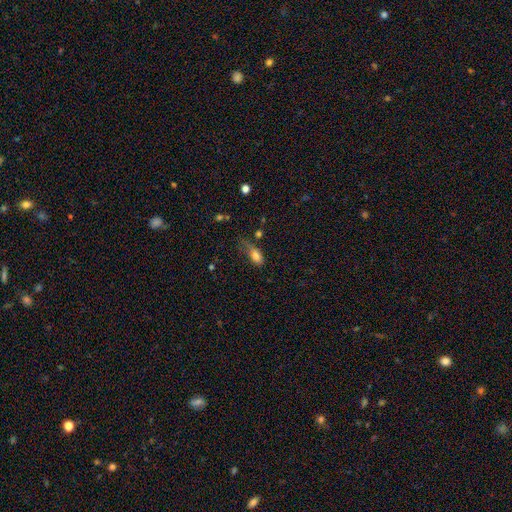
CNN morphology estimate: Smooth or featured: smooth — 79% (featured or disk — 13%)
How rounded: in between — 84% (cigar-shaped — 10%)
Merging: none — 36% (minor disturbance — 34%)